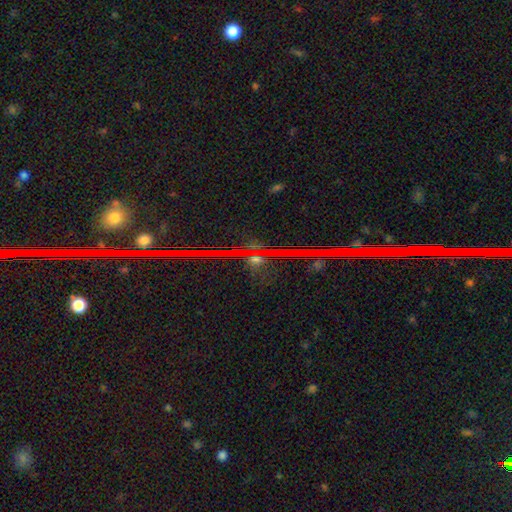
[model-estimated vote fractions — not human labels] star or artifact 83%, featured or disk 9%, smooth 8%.